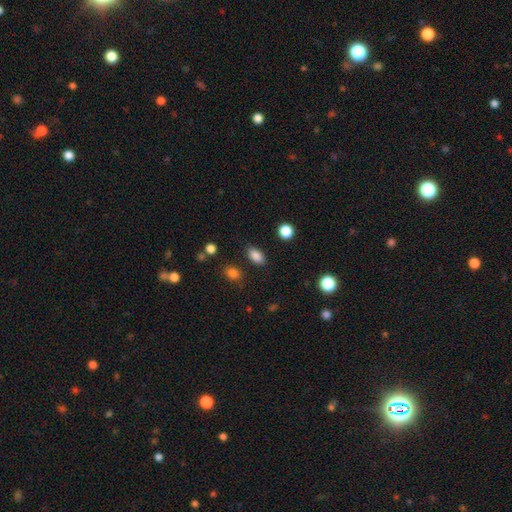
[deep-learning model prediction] smooth_or_featured: smooth (p=0.87) [alt: star or artifact p=0.10]
how_rounded: in between (p=0.89) [alt: round p=0.08]
merging: none (p=0.87) [alt: minor disturbance p=0.09]